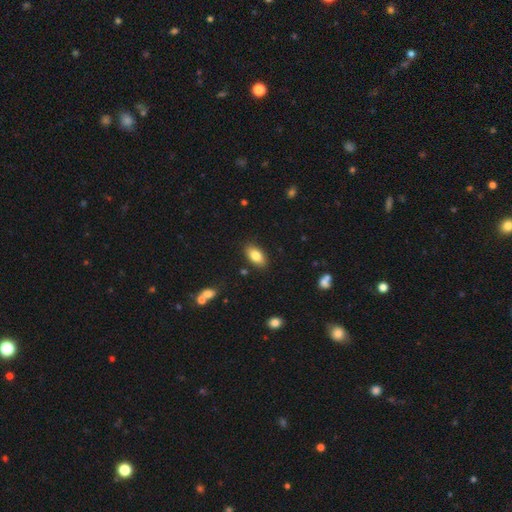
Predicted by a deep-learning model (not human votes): A smooth galaxy with no disk features (82%) that is in between round and cigar-shaped (91%).

Vote fractions:
- Smooth or featured? smooth: 82% / featured or disk: 11% / star or artifact: 8%
- How rounded? in between: 91% / round: 5% / cigar-shaped: 4%
- Merging? none: 86% / minor disturbance: 10% / major disturbance: 2% / merger: 2%